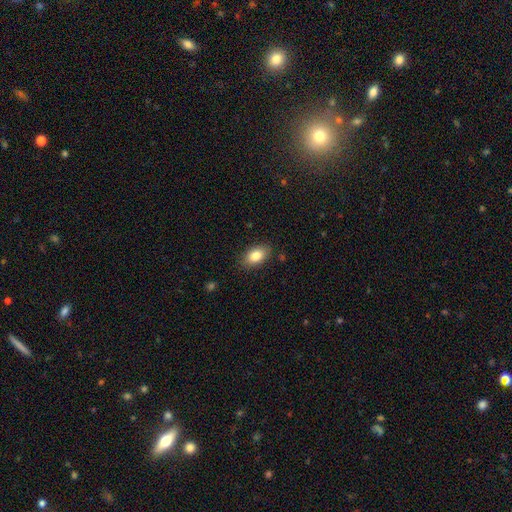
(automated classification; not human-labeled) Smooth or featured? Predicted: smooth (p=0.84). How rounded? Predicted: in between (p=0.90). Merging? Predicted: none (p=0.86).